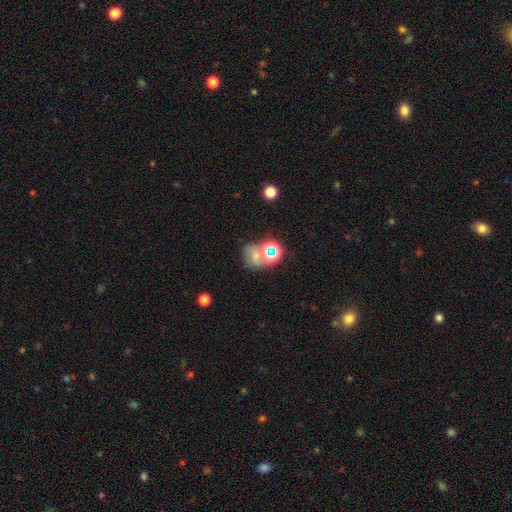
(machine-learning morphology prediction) Overall: smooth (49%; star or artifact 29%). Merging: none (42%; merger 28%).